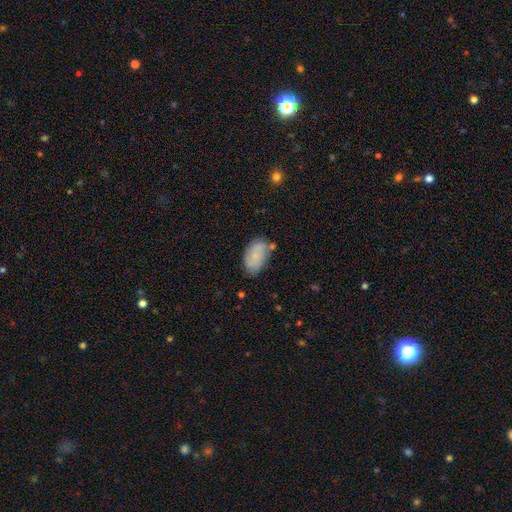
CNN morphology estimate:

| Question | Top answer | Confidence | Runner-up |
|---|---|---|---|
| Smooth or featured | smooth | 76% | featured or disk (17%) |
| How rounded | in between | 94% | round (5%) |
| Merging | none | 66% | minor disturbance (23%) |